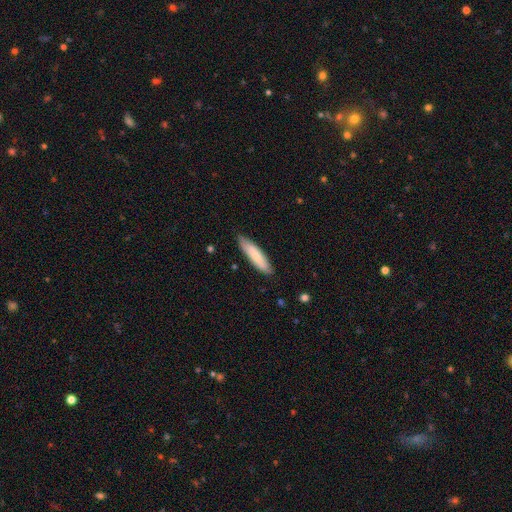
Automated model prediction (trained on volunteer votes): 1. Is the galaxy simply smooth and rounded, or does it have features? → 77% smooth, 18% featured or disk, 5% star or artifact.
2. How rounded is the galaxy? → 75% cigar-shaped, 24% in between, 1% round.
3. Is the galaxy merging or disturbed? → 84% none, 13% minor disturbance, 2% major disturbance, 1% merger.